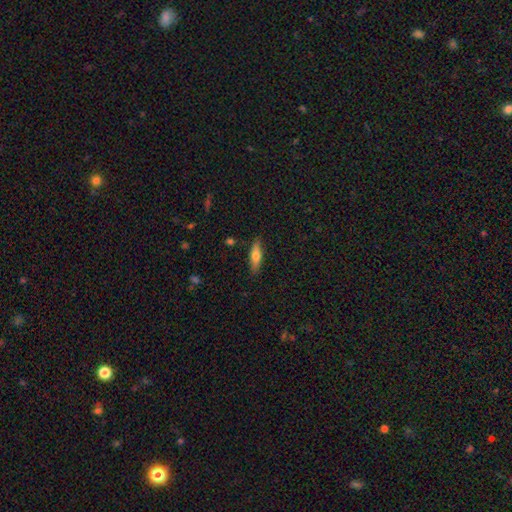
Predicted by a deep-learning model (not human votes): Morphology: type=smooth (62%); roundness=cigar-shaped (61%); merging=none (87%).